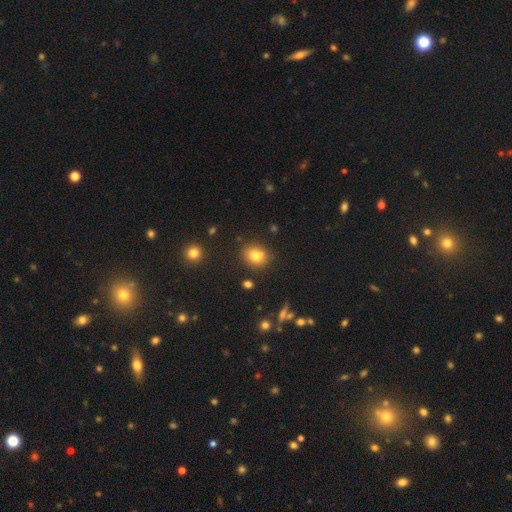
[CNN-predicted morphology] type=smooth (79%); roundness=round (66%); merging=none (80%).